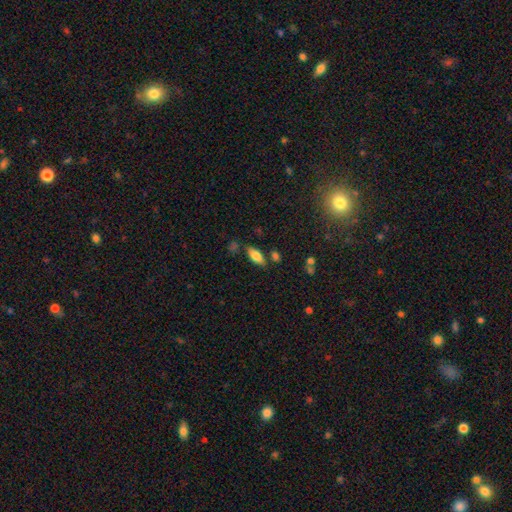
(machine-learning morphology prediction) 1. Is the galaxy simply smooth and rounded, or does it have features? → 76% smooth, 16% featured or disk, 8% star or artifact.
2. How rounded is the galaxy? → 82% in between, 15% cigar-shaped, 2% round.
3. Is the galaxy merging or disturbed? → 77% none, 13% minor disturbance, 6% merger, 4% major disturbance.